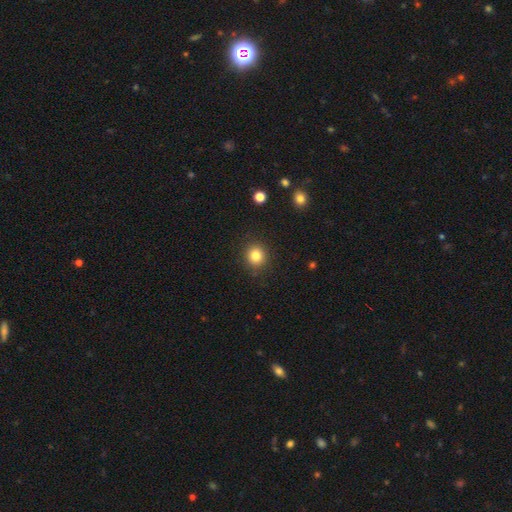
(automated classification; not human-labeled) Smooth or featured?
  - smooth: 83% *
  - star or artifact: 11%
  - featured or disk: 6%
How rounded?
  - round: 88% *
  - in between: 11%
  - cigar-shaped: 1%
Merging?
  - none: 89% *
  - minor disturbance: 7%
  - major disturbance: 2%
  - merger: 1%